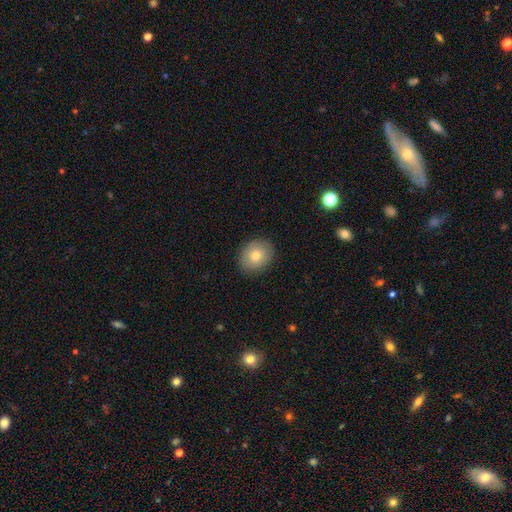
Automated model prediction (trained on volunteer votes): smooth_or_featured: smooth (p=0.74) [alt: featured or disk p=0.18]
how_rounded: round (p=0.57) [alt: in between p=0.42]
merging: none (p=0.87) [alt: minor disturbance p=0.09]